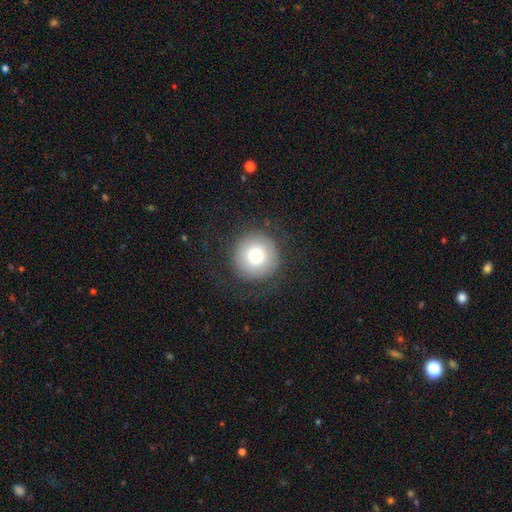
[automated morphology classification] smooth 72%, featured or disk 19%, star or artifact 10%. Down the decision tree: how rounded — round (96%); merging — none (79%).